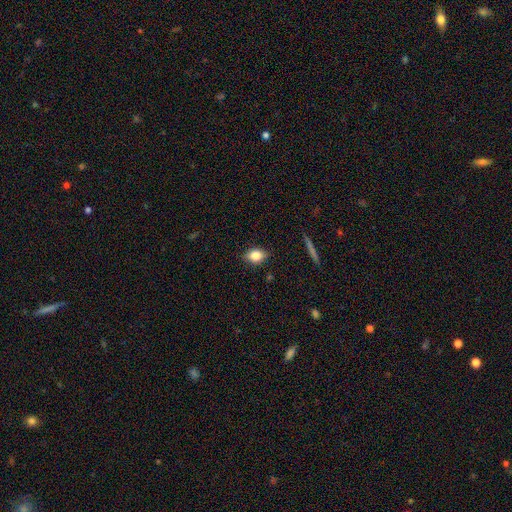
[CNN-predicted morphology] The model was most divided on "how rounded": in between: 73%, round: 23%, cigar-shaped: 4%. More confident: merging — none (83%); smooth or featured — smooth (78%).